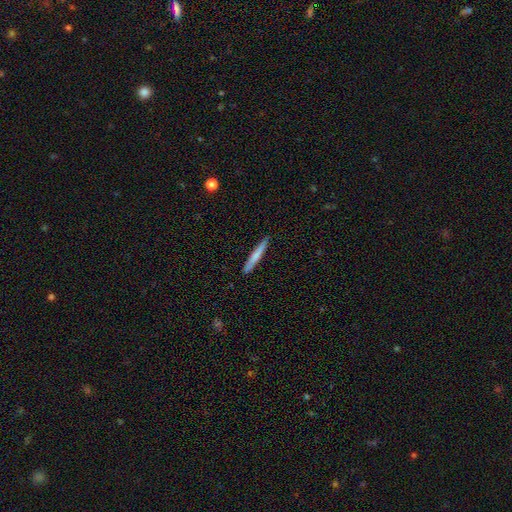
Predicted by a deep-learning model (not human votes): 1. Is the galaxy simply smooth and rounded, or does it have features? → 70% smooth, 25% featured or disk, 5% star or artifact.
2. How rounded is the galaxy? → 96% cigar-shaped, 3% in between, 1% round.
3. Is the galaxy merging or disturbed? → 90% none, 7% minor disturbance, 1% major disturbance, 1% merger.